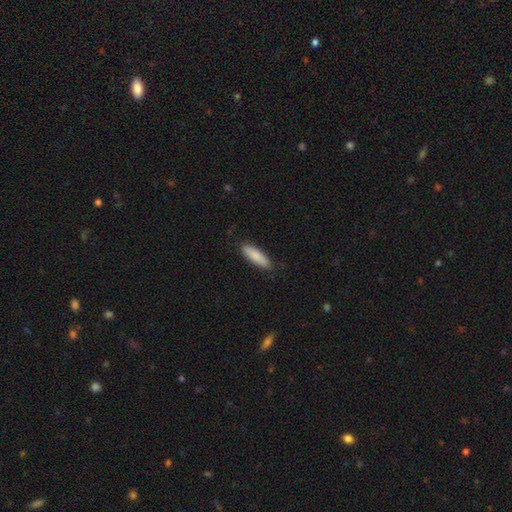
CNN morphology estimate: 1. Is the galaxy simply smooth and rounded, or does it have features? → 86% smooth, 8% featured or disk, 6% star or artifact.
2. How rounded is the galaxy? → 56% cigar-shaped, 43% in between, 2% round.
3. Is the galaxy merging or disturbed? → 86% none, 11% minor disturbance, 2% major disturbance, 1% merger.